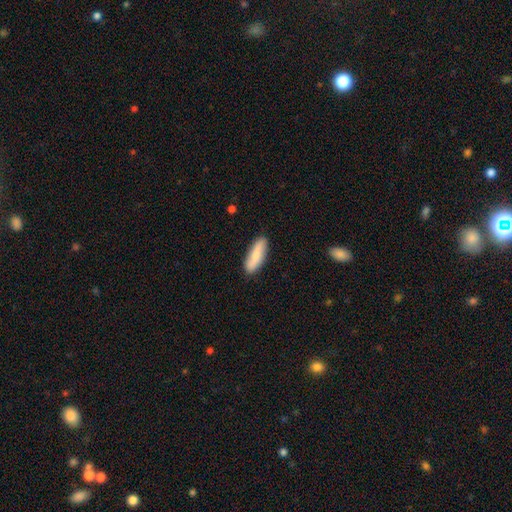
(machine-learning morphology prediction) Smooth or featured: smooth — 73% (featured or disk — 21%)
How rounded: cigar-shaped — 51% (in between — 46%)
Merging: none — 85% (minor disturbance — 11%)